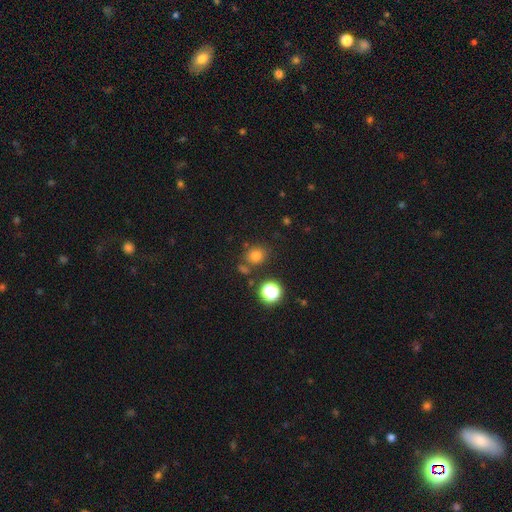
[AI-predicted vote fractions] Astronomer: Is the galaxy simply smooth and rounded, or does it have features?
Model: smooth — 74%.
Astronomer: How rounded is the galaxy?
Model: round — 79%.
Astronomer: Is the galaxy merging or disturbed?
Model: none — 76%.